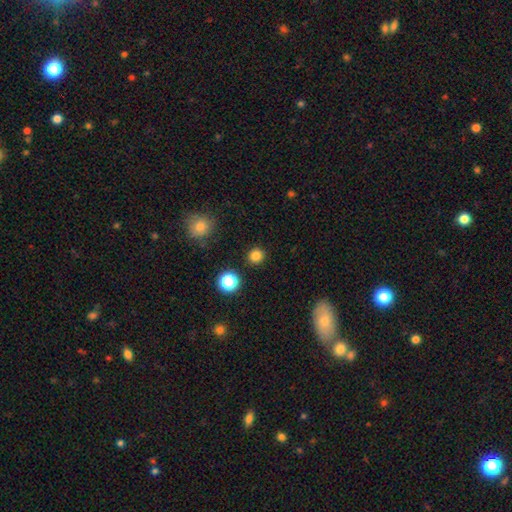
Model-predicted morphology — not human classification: A smooth galaxy with no disk features (82%) that is round (93%). Merging: none (91%).